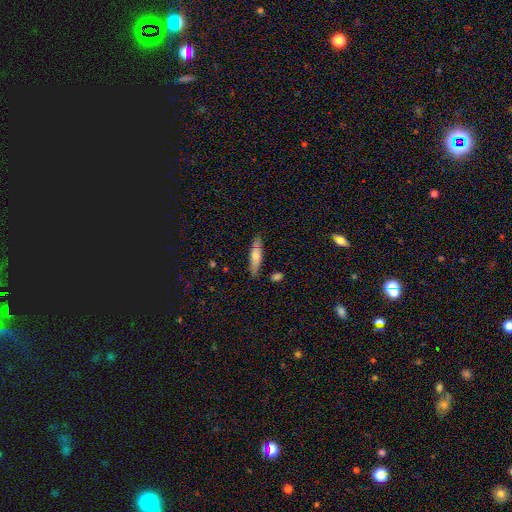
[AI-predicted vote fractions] smooth 61%, featured or disk 32%, star or artifact 6%. Down the decision tree: how rounded — cigar-shaped (76%); merging — none (83%).